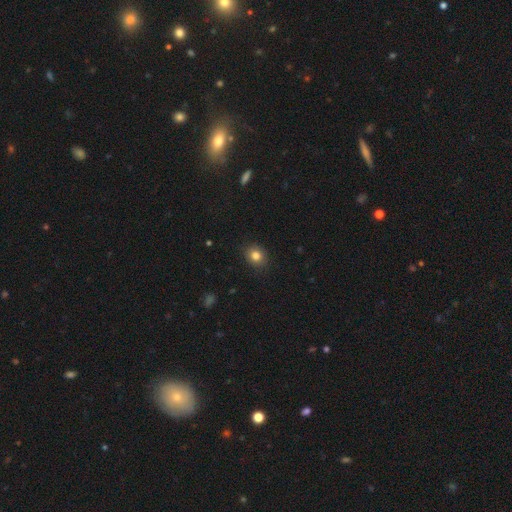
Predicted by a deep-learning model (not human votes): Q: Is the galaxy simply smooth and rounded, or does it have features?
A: smooth — 82%.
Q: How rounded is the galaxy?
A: round — 68%.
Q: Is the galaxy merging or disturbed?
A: none — 89%.